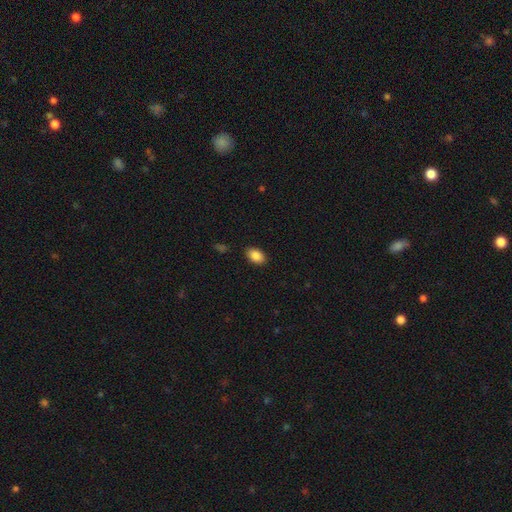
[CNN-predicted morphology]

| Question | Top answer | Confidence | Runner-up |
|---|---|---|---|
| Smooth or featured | smooth | 88% | star or artifact (8%) |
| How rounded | in between | 90% | round (9%) |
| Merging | none | 88% | minor disturbance (9%) |